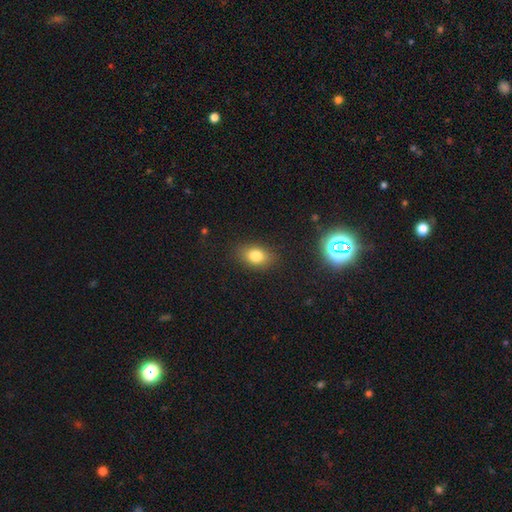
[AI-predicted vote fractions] Smooth or featured?
  - smooth: 80% *
  - star or artifact: 11%
  - featured or disk: 9%
How rounded?
  - in between: 78% *
  - round: 20%
  - cigar-shaped: 2%
Merging?
  - none: 85% *
  - minor disturbance: 11%
  - major disturbance: 3%
  - merger: 1%